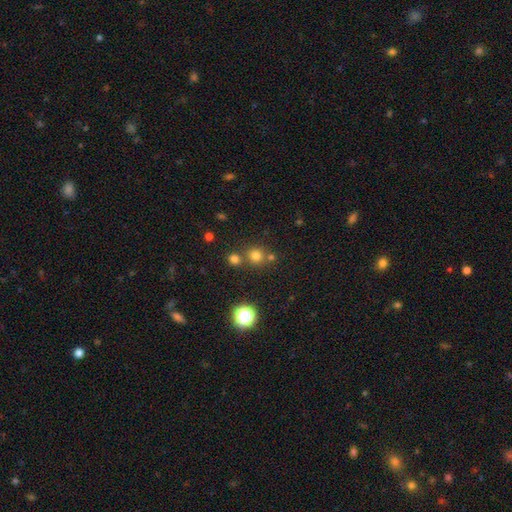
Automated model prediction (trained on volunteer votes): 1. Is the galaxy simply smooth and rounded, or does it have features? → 72% smooth, 21% star or artifact, 7% featured or disk.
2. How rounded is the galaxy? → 90% round, 9% in between, 1% cigar-shaped.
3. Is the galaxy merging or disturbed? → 69% none, 20% merger, 8% minor disturbance, 3% major disturbance.